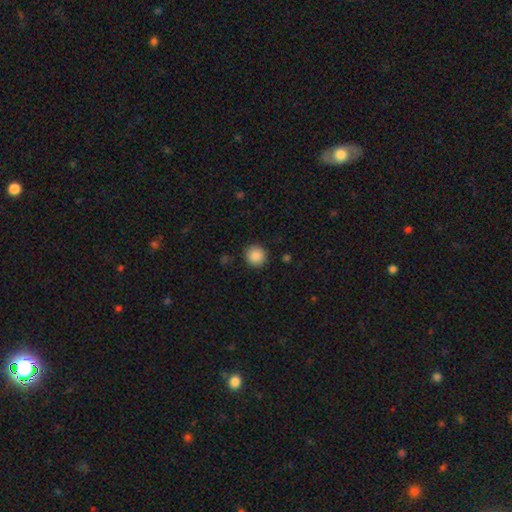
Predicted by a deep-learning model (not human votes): A smooth galaxy with no disk features (88%) that is round (93%).

Vote fractions:
- Smooth or featured? smooth: 88% / star or artifact: 9% / featured or disk: 3%
- How rounded? round: 93% / in between: 6% / cigar-shaped: 1%
- Merging? none: 90% / minor disturbance: 6% / major disturbance: 2% / merger: 1%